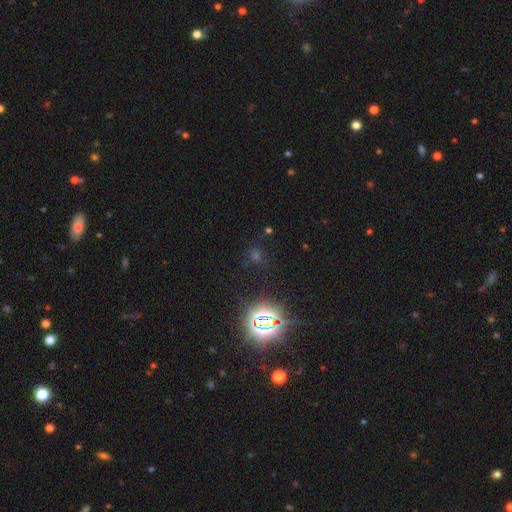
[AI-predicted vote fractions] The model was most divided on "smooth or featured": star or artifact: 67%, smooth: 24%, featured or disk: 9%.